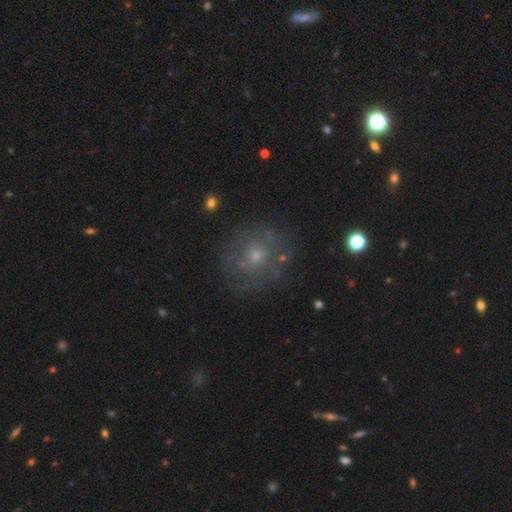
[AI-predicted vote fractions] The model was most divided on "smooth or featured": featured or disk: 44%, smooth: 40%, star or artifact: 16%. More confident: merging — none (71%).